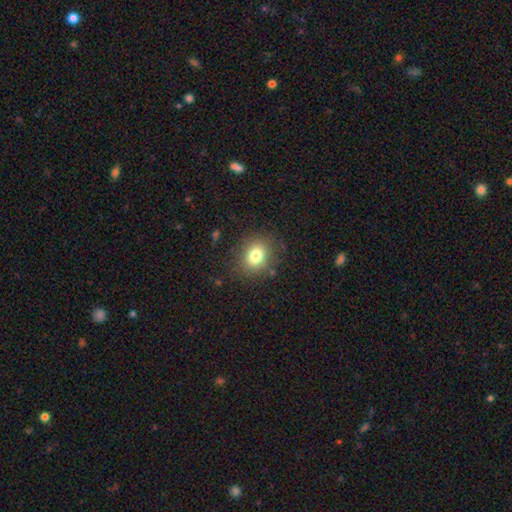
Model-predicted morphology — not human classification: Overall: smooth (79%). How rounded: round (65%; in between 34%). Merging: none (84%).